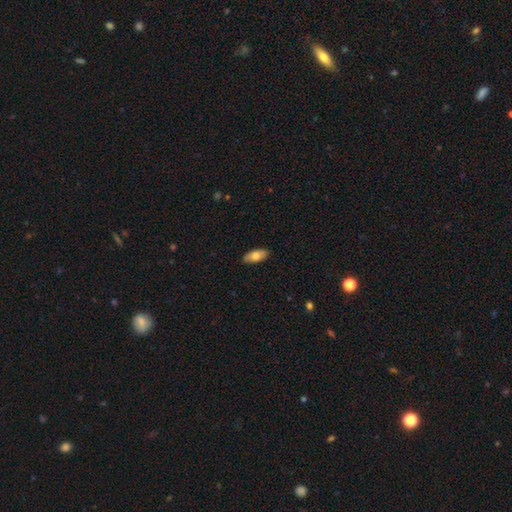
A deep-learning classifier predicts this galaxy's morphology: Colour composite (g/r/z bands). It shows a smooth galaxy with no disk features (73%) that is in between round and cigar-shaped (86%). Merging: none (88%).